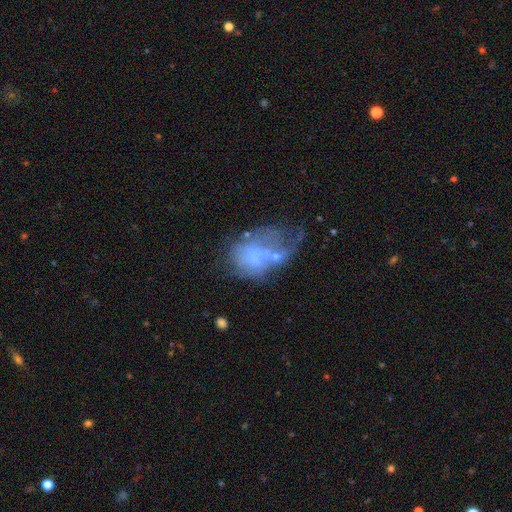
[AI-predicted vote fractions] Smooth or featured? featured or disk (49%)
Merging? major disturbance (37%)